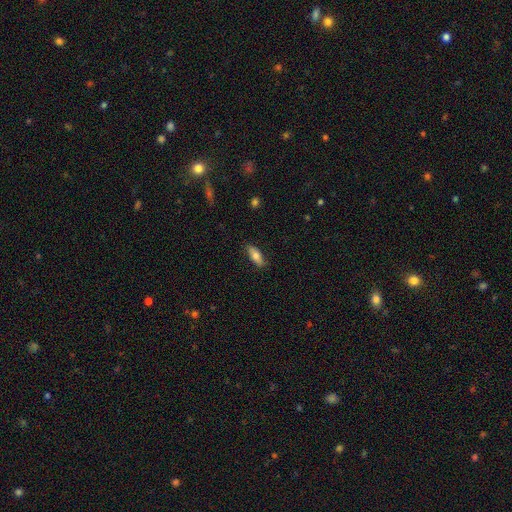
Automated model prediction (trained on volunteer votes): Morphology: type=smooth (73%); roundness=in between (73%); merging=none (84%).